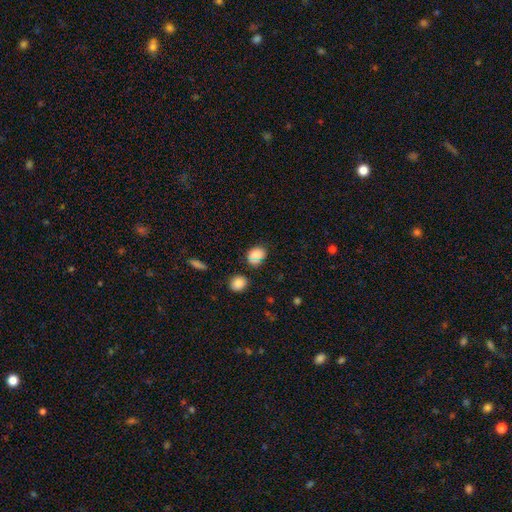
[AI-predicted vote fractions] Smooth or featured: smooth — 79% (star or artifact — 15%)
How rounded: round — 53% (in between — 45%)
Merging: none — 74% (minor disturbance — 15%)